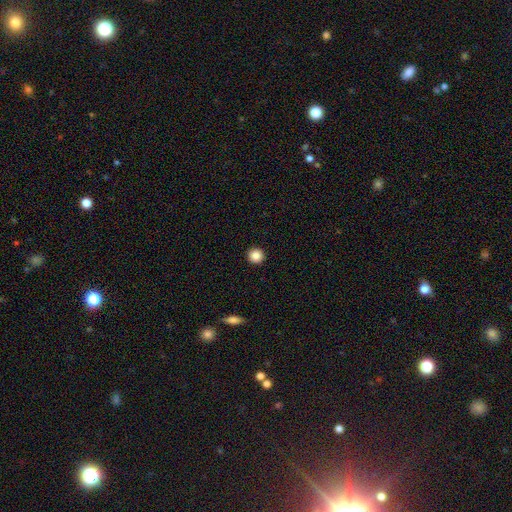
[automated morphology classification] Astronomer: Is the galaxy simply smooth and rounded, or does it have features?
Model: smooth — 86%.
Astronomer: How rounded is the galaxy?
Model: round — 95%.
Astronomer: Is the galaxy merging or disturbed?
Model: none — 93%.